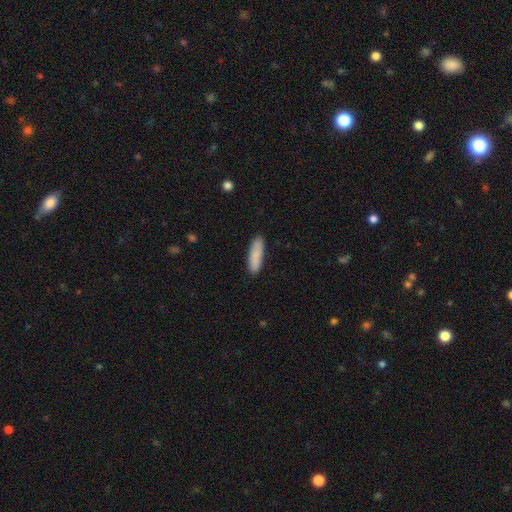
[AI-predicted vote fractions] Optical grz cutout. It shows a smooth galaxy with no disk features (86%) that is cigar-shaped (59%). Merging: none (86%).